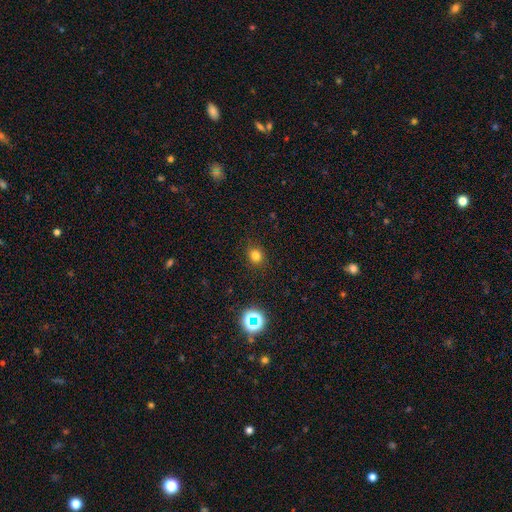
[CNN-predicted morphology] A smooth galaxy with no disk features (77%) that is round (75%).

Vote fractions:
- Smooth or featured? smooth: 77% / star or artifact: 17% / featured or disk: 6%
- How rounded? round: 75% / in between: 24% / cigar-shaped: 1%
- Merging? none: 88% / minor disturbance: 8% / major disturbance: 3% / merger: 1%